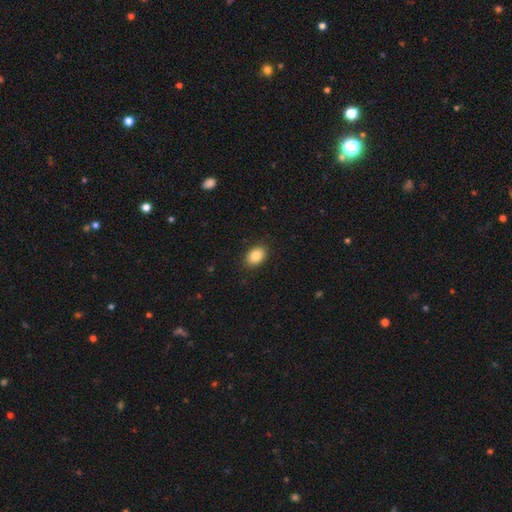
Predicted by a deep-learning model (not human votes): Smooth or featured? smooth (87%)
How rounded? in between (78%)
Merging? none (88%)